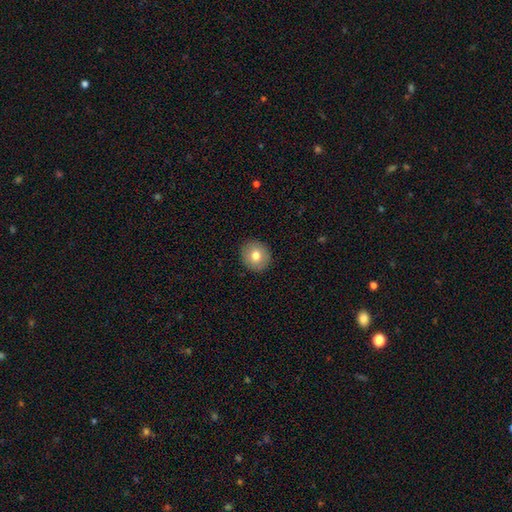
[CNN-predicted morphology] smooth 77%, featured or disk 14%, star or artifact 9%. Down the decision tree: how rounded — round (85%); merging — none (91%).